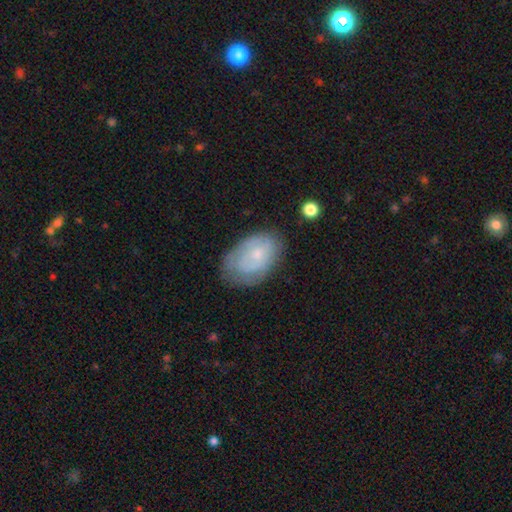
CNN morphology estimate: type=smooth (47%); merging=none (61%).